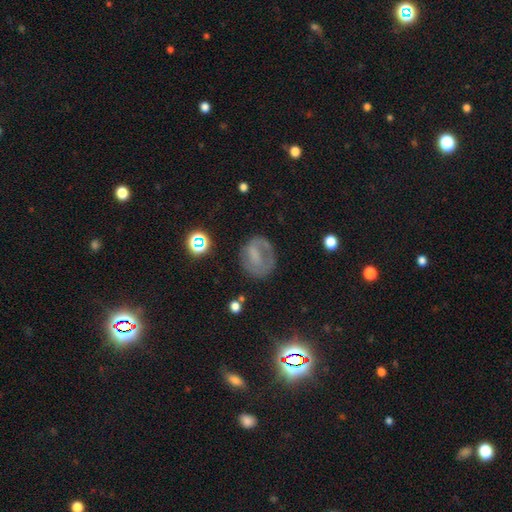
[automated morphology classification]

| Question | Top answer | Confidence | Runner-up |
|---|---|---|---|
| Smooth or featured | featured or disk | 43% | smooth (40%) |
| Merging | none | 59% | minor disturbance (22%) |